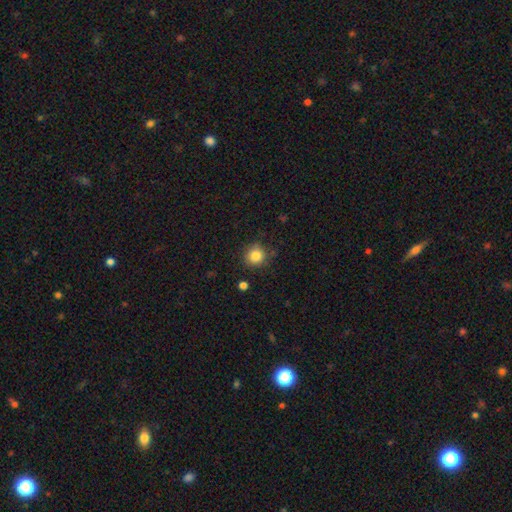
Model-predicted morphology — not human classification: A smooth galaxy with no disk features (84%) that is round (91%).

Vote fractions:
- Smooth or featured? smooth: 84% / star or artifact: 11% / featured or disk: 5%
- How rounded? round: 91% / in between: 8% / cigar-shaped: 1%
- Merging? none: 83% / minor disturbance: 12% / major disturbance: 3% / merger: 3%